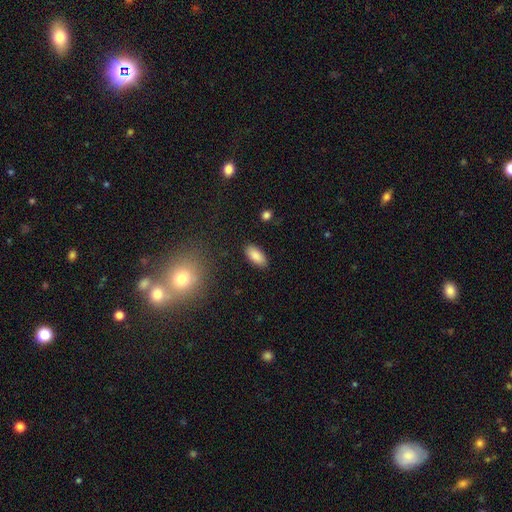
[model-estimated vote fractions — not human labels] smooth 88%, star or artifact 7%, featured or disk 5%. Down the decision tree: how rounded — in between (90%); merging — none (88%).